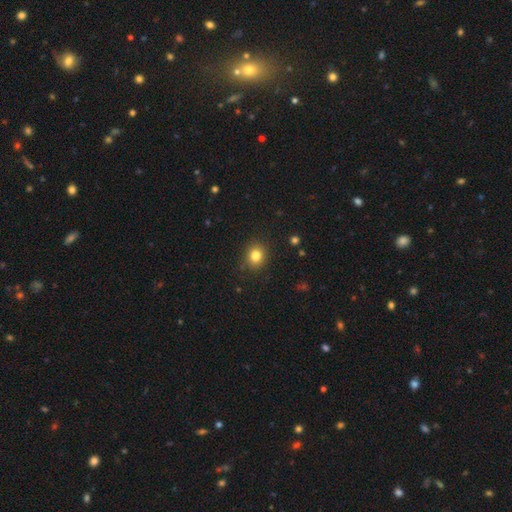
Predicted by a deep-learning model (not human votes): Smooth or featured?
  - smooth: 82% *
  - star or artifact: 12%
  - featured or disk: 6%
How rounded?
  - round: 76% *
  - in between: 23%
  - cigar-shaped: 1%
Merging?
  - none: 88% *
  - minor disturbance: 8%
  - major disturbance: 2%
  - merger: 1%